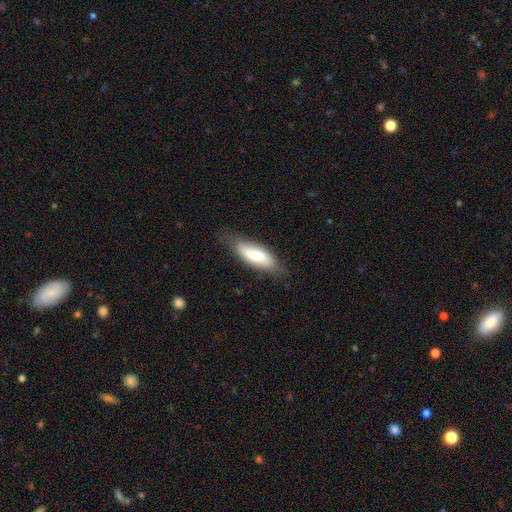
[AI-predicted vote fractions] Q: Smooth or featured?
A: smooth (63%); runner-up: featured or disk (31%)
Q: How rounded?
A: in between (65%); runner-up: cigar-shaped (32%)
Q: Merging?
A: none (72%); runner-up: minor disturbance (22%)